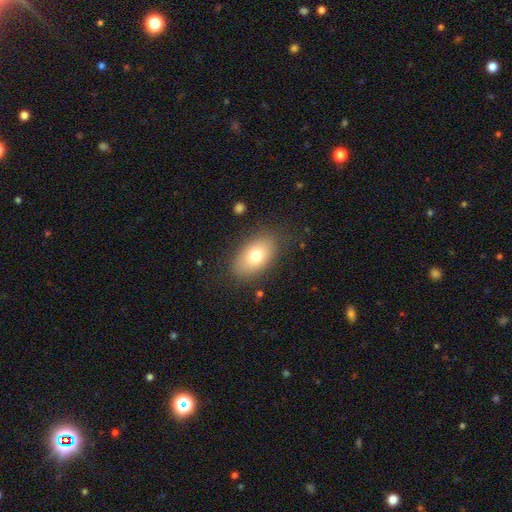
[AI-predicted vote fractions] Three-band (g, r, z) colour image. It shows a smooth galaxy with no disk features (76%) that is in between round and cigar-shaped (90%). Merging: none (83%).